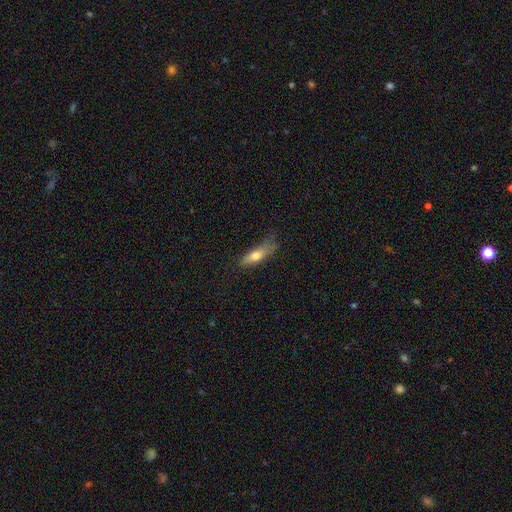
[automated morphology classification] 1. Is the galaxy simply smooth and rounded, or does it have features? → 66% smooth, 27% featured or disk, 7% star or artifact.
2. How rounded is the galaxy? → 58% cigar-shaped, 39% in between, 3% round.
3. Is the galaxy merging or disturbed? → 47% none, 34% minor disturbance, 17% major disturbance, 2% merger.